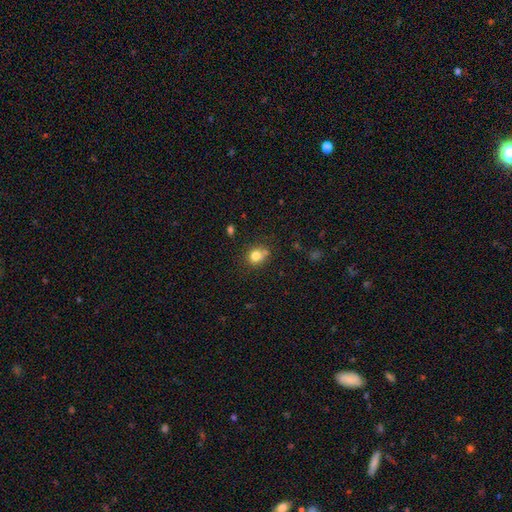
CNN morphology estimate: smooth_or_featured: smooth (p=0.78) [alt: star or artifact p=0.12]
how_rounded: round (p=0.74) [alt: in between p=0.25]
merging: none (p=0.63) [alt: merger p=0.17]